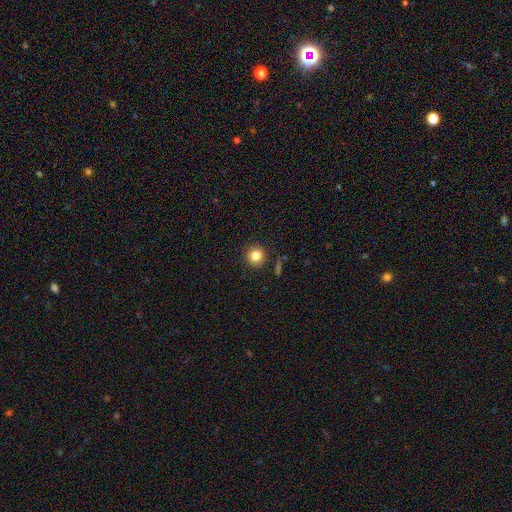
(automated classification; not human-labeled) Q: Smooth or featured?
A: smooth (82%); runner-up: star or artifact (12%)
Q: How rounded?
A: round (90%); runner-up: in between (9%)
Q: Merging?
A: none (89%); runner-up: minor disturbance (7%)